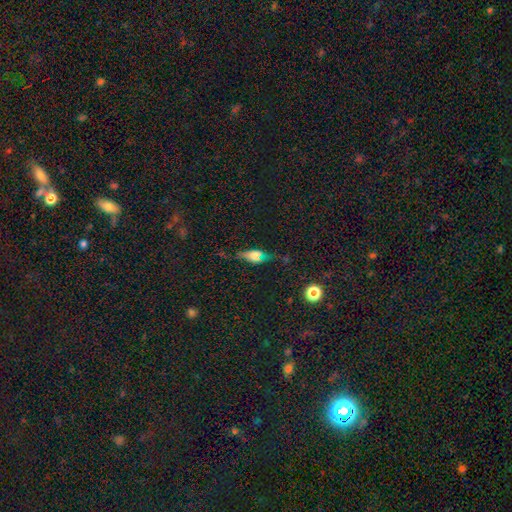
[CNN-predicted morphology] This is marginally a smooth galaxy (40%, tied with featured or disk). Merging: likely none (74%).